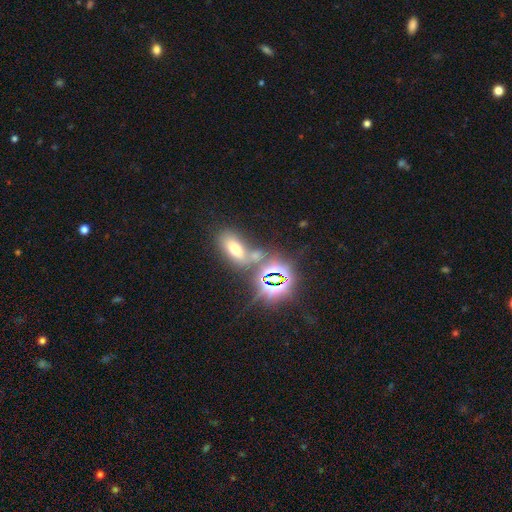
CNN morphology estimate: A smooth galaxy with no disk features (45%).

Vote fractions:
- Smooth or featured? smooth: 45% / star or artifact: 42% / featured or disk: 13%
- Merging? none: 54% / merger: 29% / minor disturbance: 11% / major disturbance: 7%